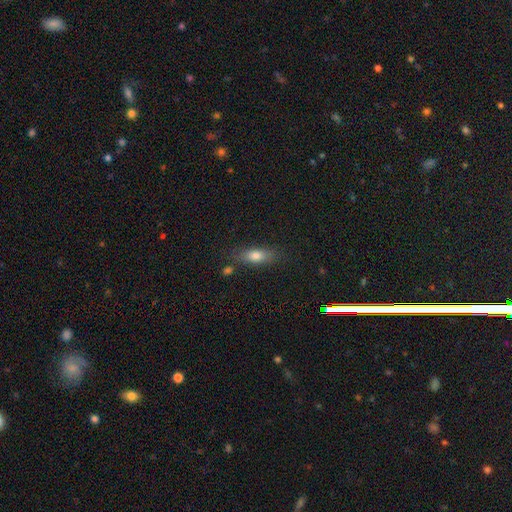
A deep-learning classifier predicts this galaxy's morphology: Q: Smooth or featured?
A: smooth (75%); runner-up: featured or disk (16%)
Q: How rounded?
A: in between (65%); runner-up: cigar-shaped (31%)
Q: Merging?
A: none (74%); runner-up: minor disturbance (16%)